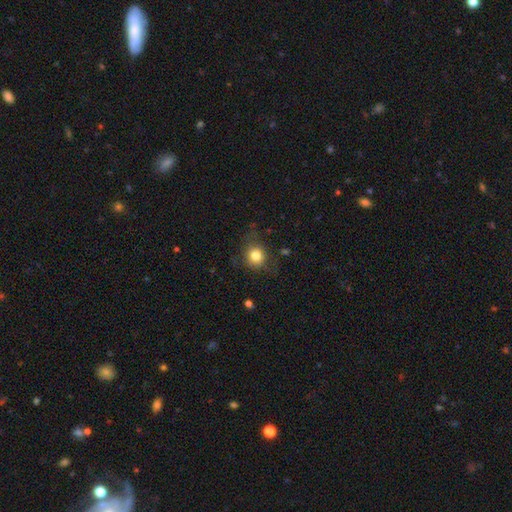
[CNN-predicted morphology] Overall: smooth (81%). How rounded: round (80%). Merging: none (71%).